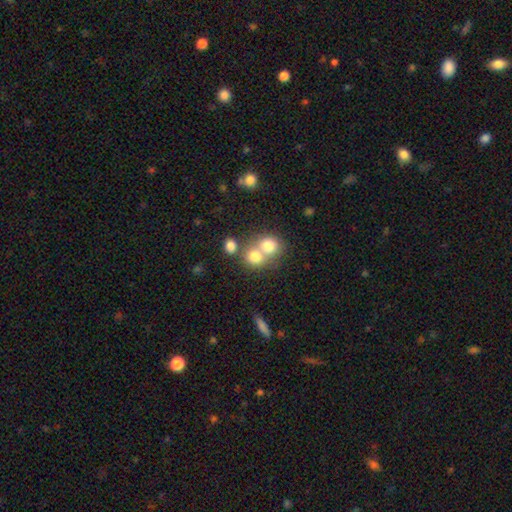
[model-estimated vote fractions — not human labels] Smooth or featured: smooth — 76% (featured or disk — 13%)
How rounded: round — 77% (in between — 21%)
Merging: merger — 57% (none — 35%)